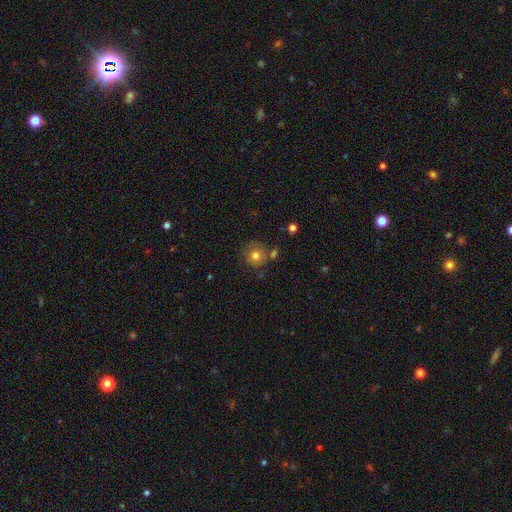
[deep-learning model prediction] Morphology: type=smooth (77%); roundness=round (90%); merging=none (72%).